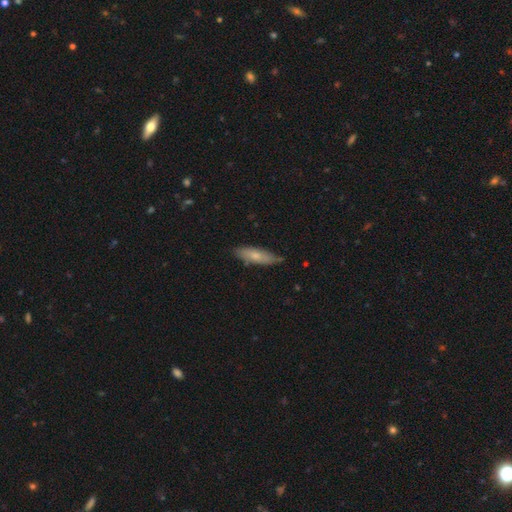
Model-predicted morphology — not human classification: This appears to be a smooth galaxy with no disk features (68%) that is cigar-shaped (59%). Merging: none (74%).